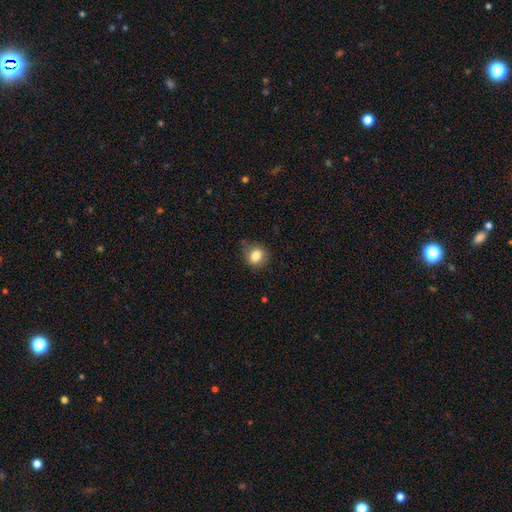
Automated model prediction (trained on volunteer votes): smooth-or-featured: smooth: 84% | star or artifact: 10% | featured or disk: 6%
  how-rounded: round: 76% | in between: 23% | cigar-shaped: 1%
  merging: none: 83% | minor disturbance: 12% | major disturbance: 3% | merger: 1%